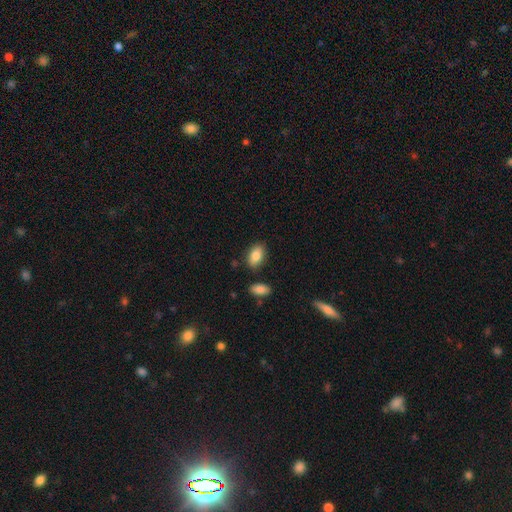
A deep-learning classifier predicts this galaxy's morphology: smooth-or-featured: smooth: 85% | featured or disk: 8% | star or artifact: 7%
  how-rounded: in between: 92% | round: 6% | cigar-shaped: 3%
  merging: none: 84% | minor disturbance: 10% | merger: 3% | major disturbance: 2%